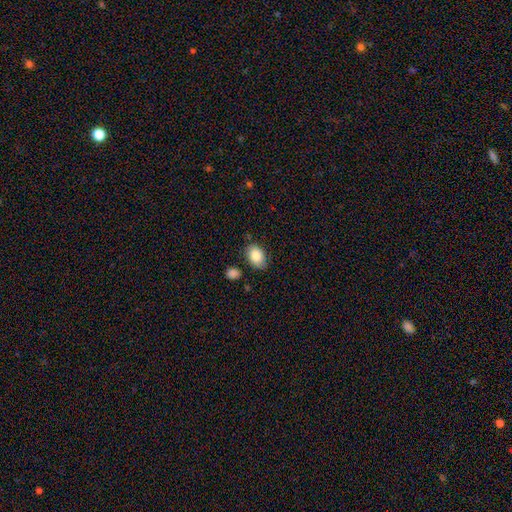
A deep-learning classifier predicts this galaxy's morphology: Smooth or featured? Predicted: smooth (p=0.84). How rounded? Predicted: in between (p=0.84). Merging? Predicted: none (p=0.78).